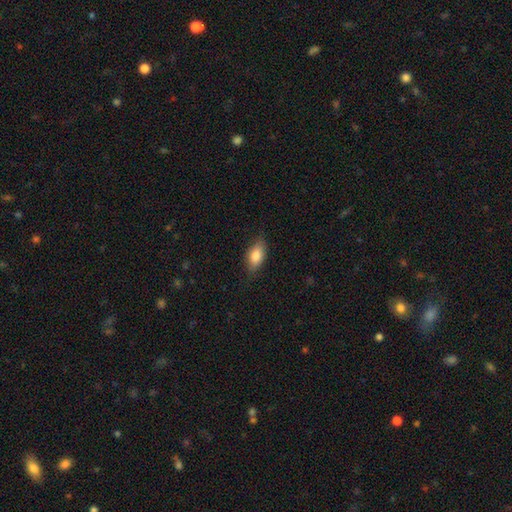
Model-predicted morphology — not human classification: type=smooth (82%); roundness=in between (88%); merging=none (79%).